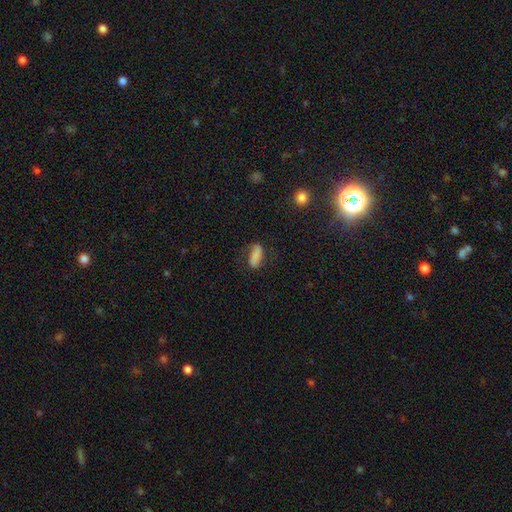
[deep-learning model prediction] smooth 68%, featured or disk 22%, star or artifact 10%. Down the decision tree: how rounded — in between (77%); merging — none (58%).